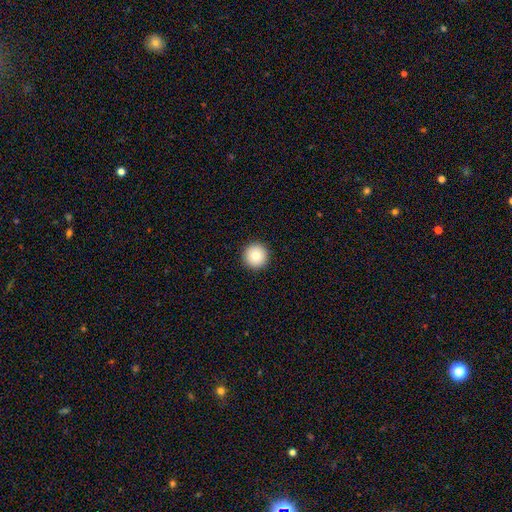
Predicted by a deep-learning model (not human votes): Smooth or featured? smooth (84%)
How rounded? round (96%)
Merging? none (93%)